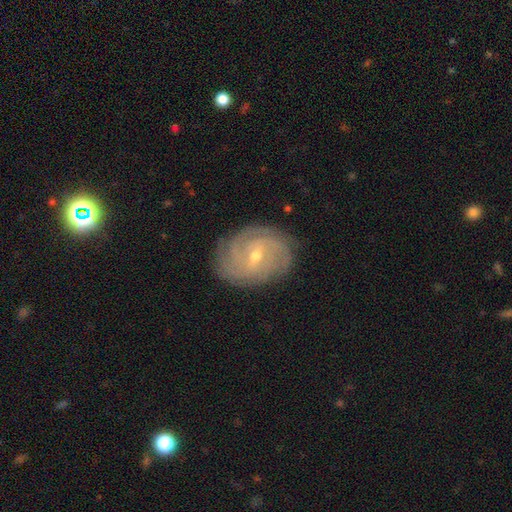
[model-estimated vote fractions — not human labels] A featured or disk galaxy (86%) with a weak bar (57%), tight (75%) spiral arms (97%) and a small central bulge (51%).

Vote fractions:
- Smooth or featured? featured or disk: 86% / smooth: 8% / star or artifact: 6%
- Edge-on disk? no: 96% / yes: 4%
- Bar? weak: 57% / no: 25% / strong: 17%
- Spiral arms? yes: 97% / no: 3%
- Spiral winding? tight: 75% / medium: 21% / loose: 4%
- Spiral arm count? can't tell: 28% / 4: 25% / 3: 21% / 2: 13% / more than 4: 8% / 1: 6%
- Bulge size? small: 51% / moderate: 46% / large: 1% / none: 1% / dominant: 1%
- Merging? none: 82% / minor disturbance: 13% / major disturbance: 4% / merger: 1%